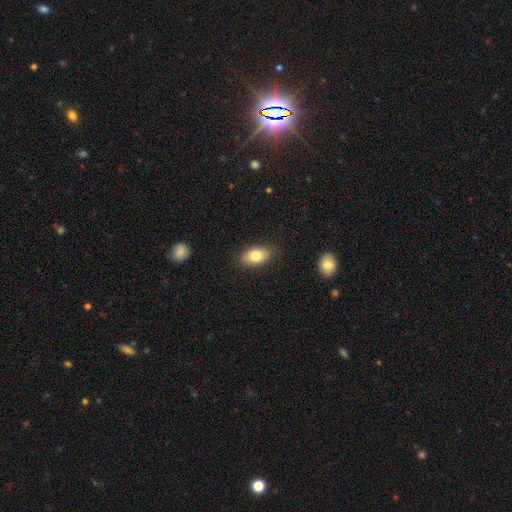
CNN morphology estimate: smooth-or-featured: smooth: 80% | featured or disk: 12% | star or artifact: 8%
  how-rounded: in between: 89% | round: 9% | cigar-shaped: 2%
  merging: none: 84% | minor disturbance: 12% | major disturbance: 3% | merger: 1%